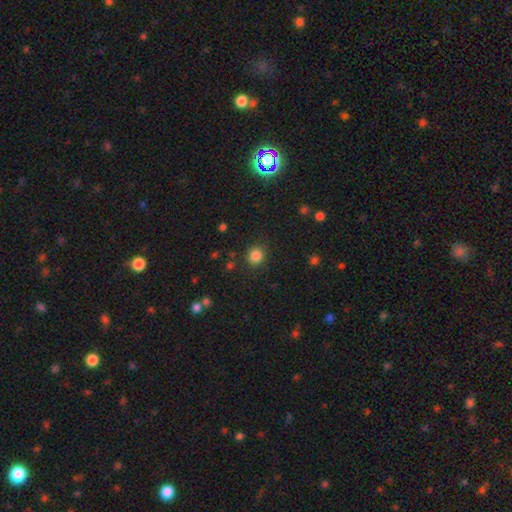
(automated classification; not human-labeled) smooth-or-featured: smooth: 84% | star or artifact: 12% | featured or disk: 4%
  how-rounded: round: 86% | in between: 13% | cigar-shaped: 1%
  merging: none: 87% | minor disturbance: 8% | major disturbance: 3% | merger: 2%